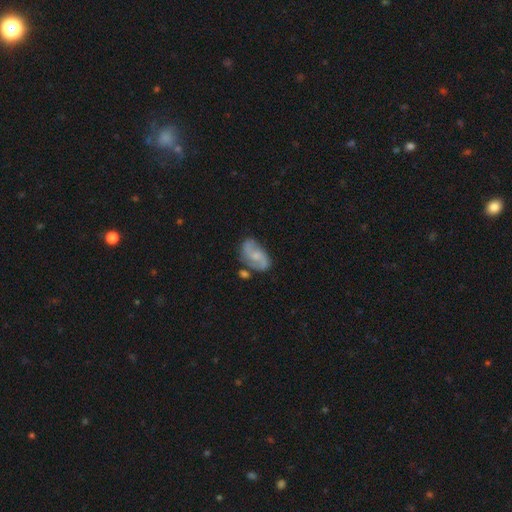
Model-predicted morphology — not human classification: featured or disk 72%, smooth 21%, star or artifact 7%. Down the decision tree: edge-on disk — no (97%); bar — no (55%); spiral arms — yes (91%); spiral arm count — 2 (86%); spiral winding — medium (45%); bulge size — small (50%); merging — none (62%).